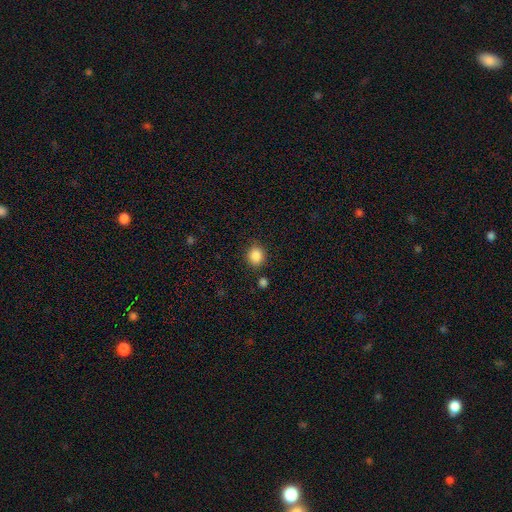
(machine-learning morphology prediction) Smooth or featured? Predicted: smooth (p=0.87). How rounded? Predicted: round (p=0.72). Merging? Predicted: none (p=0.83).